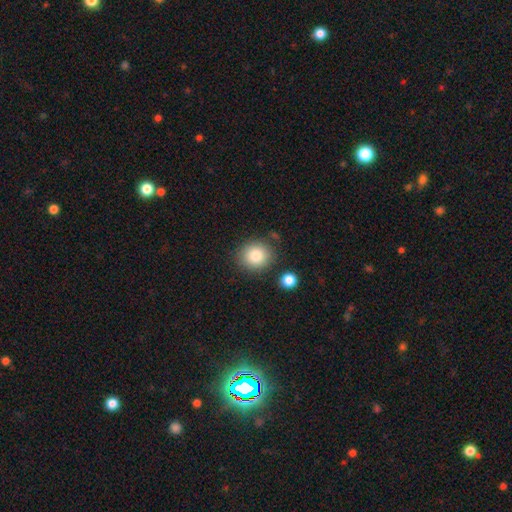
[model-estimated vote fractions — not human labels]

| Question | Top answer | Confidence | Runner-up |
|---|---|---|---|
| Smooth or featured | smooth | 84% | star or artifact (9%) |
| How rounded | round | 83% | in between (16%) |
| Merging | none | 82% | minor disturbance (10%) |